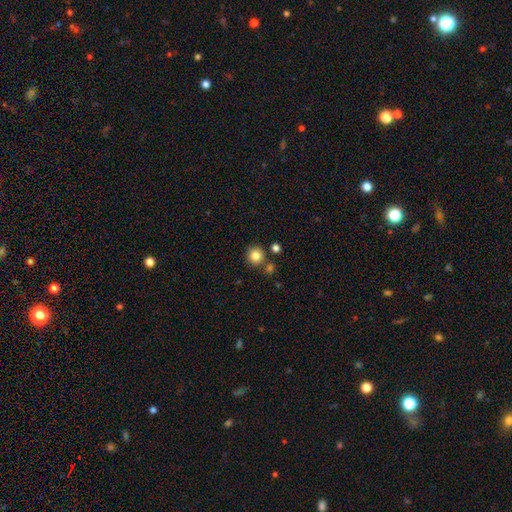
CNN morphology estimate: This is clearly a smooth galaxy (83%). How rounded: clearly round (92%). Merging: likely none (79%).